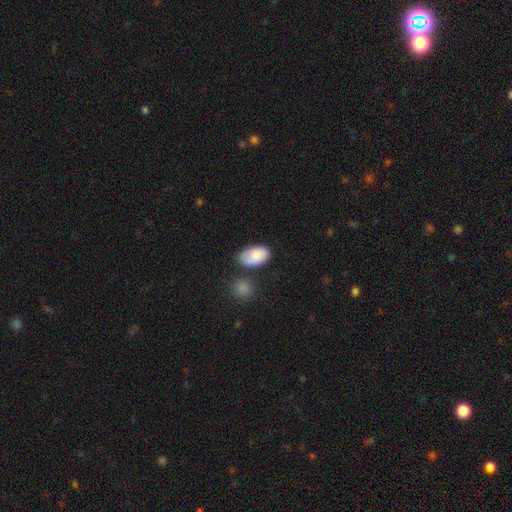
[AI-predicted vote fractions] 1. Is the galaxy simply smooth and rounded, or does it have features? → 82% smooth, 11% featured or disk, 6% star or artifact.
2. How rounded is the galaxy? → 94% in between, 5% round, 1% cigar-shaped.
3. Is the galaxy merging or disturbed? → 62% none, 23% minor disturbance, 9% merger, 6% major disturbance.